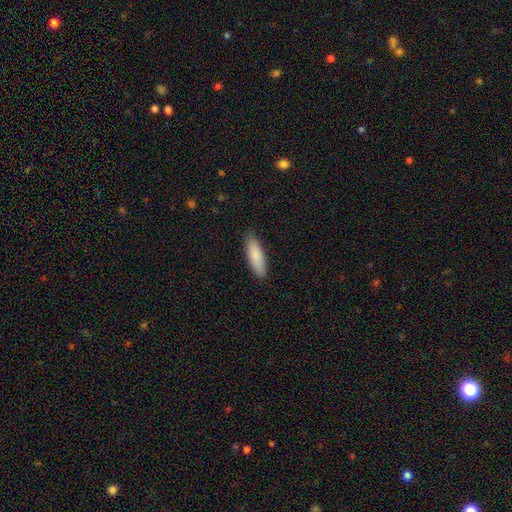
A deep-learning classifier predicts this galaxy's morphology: The model was most divided on "how rounded": in between: 52%, cigar-shaped: 47%, round: 2%. More confident: merging — none (88%); smooth or featured — smooth (86%).